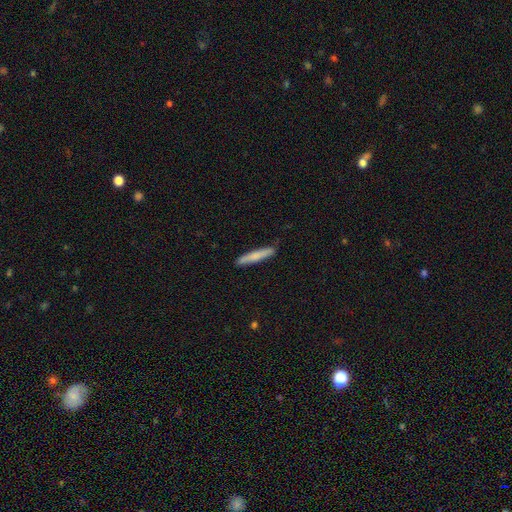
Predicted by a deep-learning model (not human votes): This appears to be a smooth galaxy with no disk features (73%) that is cigar-shaped (94%). Merging: none (89%).